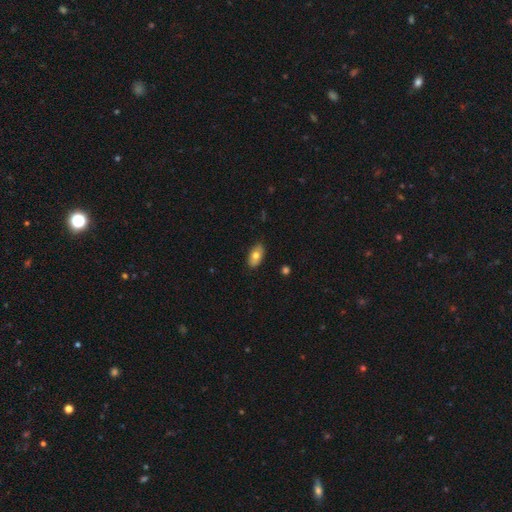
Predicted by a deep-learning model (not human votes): This is likely a smooth galaxy (76%). How rounded: clearly in between (92%). Merging: clearly none (87%).